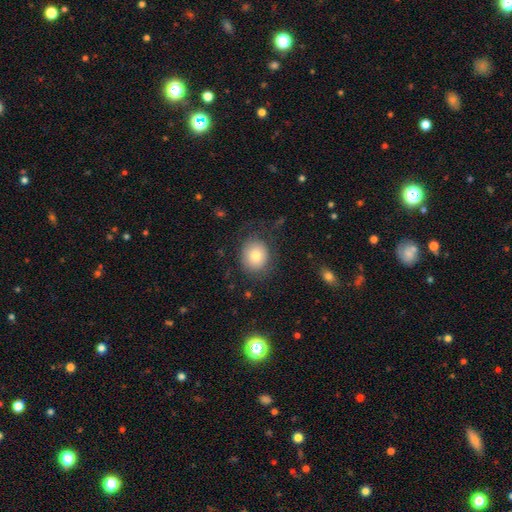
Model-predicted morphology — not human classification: type=smooth (78%); roundness=round (68%); merging=none (74%).